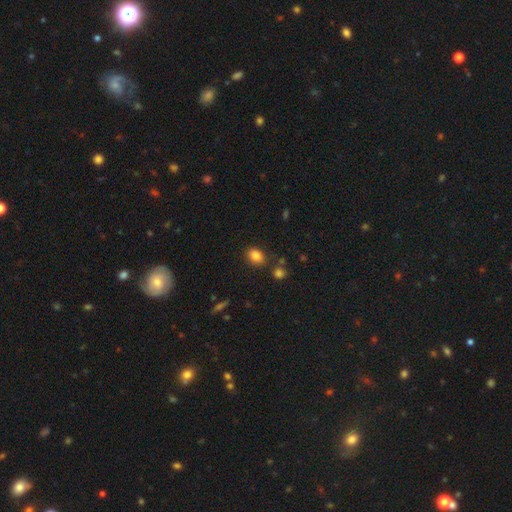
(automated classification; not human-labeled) Smooth or featured? smooth (85%)
How rounded? in between (69%)
Merging? none (81%)